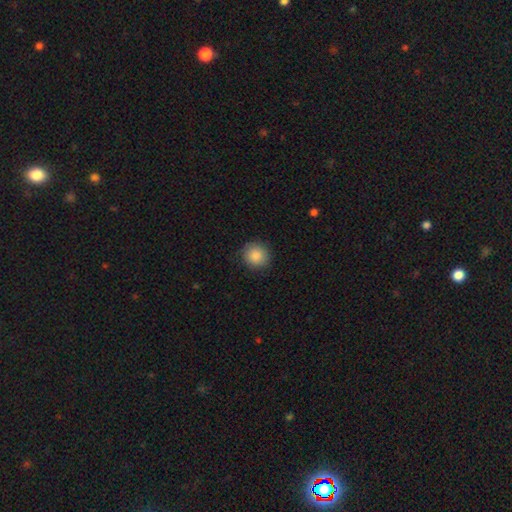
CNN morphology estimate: A smooth galaxy with no disk features (87%) that is round (90%).

Vote fractions:
- Smooth or featured? smooth: 87% / star or artifact: 8% / featured or disk: 5%
- How rounded? round: 90% / in between: 9% / cigar-shaped: 1%
- Merging? none: 89% / minor disturbance: 8% / major disturbance: 2% / merger: 1%